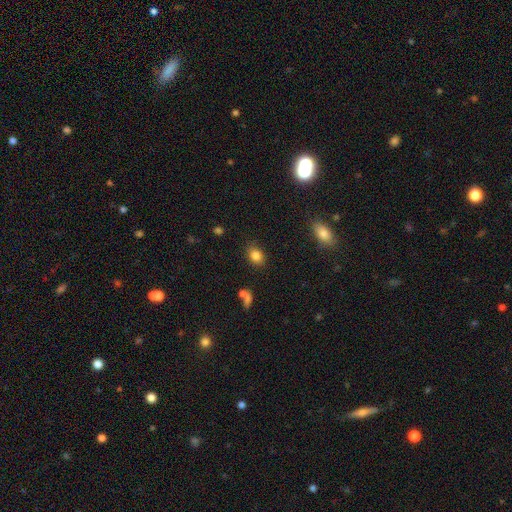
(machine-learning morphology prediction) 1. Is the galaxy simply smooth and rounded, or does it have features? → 83% smooth, 10% star or artifact, 6% featured or disk.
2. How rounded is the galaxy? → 62% in between, 36% round, 1% cigar-shaped.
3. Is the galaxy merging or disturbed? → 81% none, 12% minor disturbance, 3% major disturbance, 3% merger.